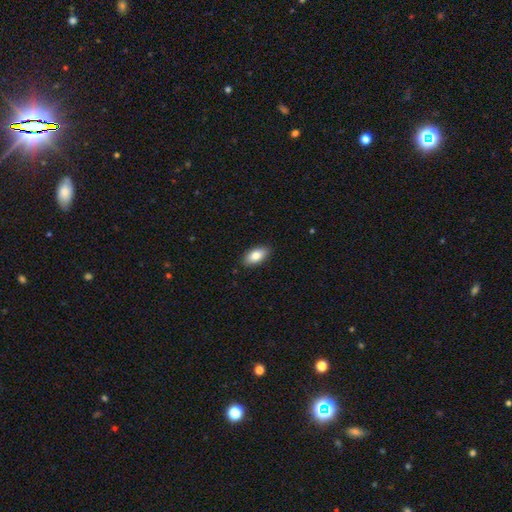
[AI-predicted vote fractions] The model was most divided on "smooth or featured": smooth: 83%, featured or disk: 10%, star or artifact: 7%. More confident: how rounded — in between (92%); merging — none (88%).